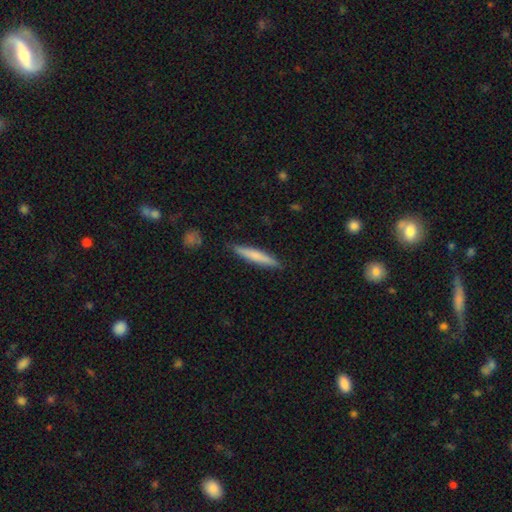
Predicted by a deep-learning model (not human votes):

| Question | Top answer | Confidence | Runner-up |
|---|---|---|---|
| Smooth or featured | smooth | 67% | featured or disk (27%) |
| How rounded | cigar-shaped | 94% | in between (5%) |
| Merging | none | 89% | minor disturbance (8%) |